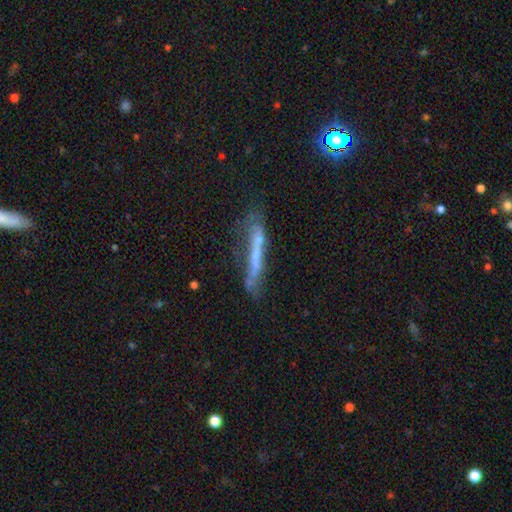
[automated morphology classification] featured or disk 49%, smooth 40%, star or artifact 12%. Down the decision tree: merging — none (48%).